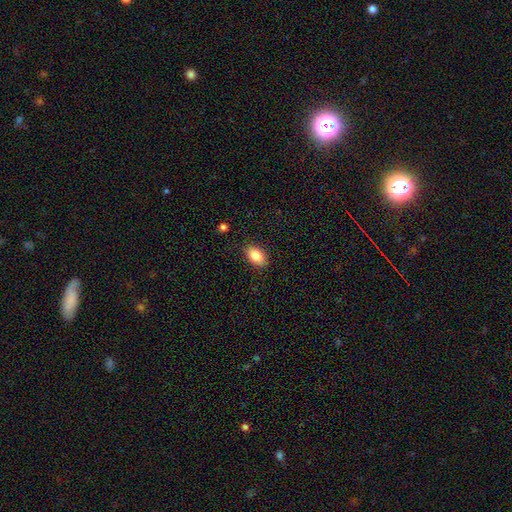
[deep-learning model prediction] Overall: smooth (85%). How rounded: in between (90%). Merging: none (86%).